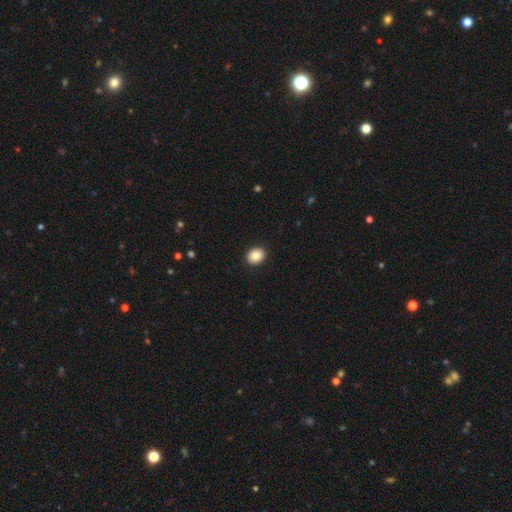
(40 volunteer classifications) A smooth galaxy with no disk features (82%) that is round (64%).

Vote fractions:
- Smooth or featured? smooth: 82% / star or artifact: 12% / featured or disk: 5%
- How rounded? round: 64% / in between: 36% / cigar-shaped: 0%
- Merging? none: 94% / minor disturbance: 3% / major disturbance: 3% / merger: 0%